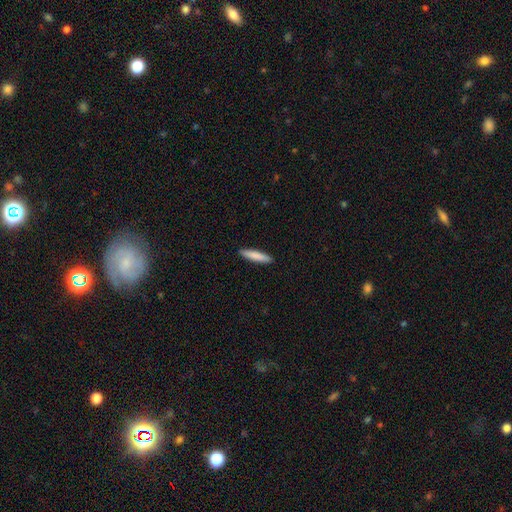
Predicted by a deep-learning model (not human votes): The model was most divided on "smooth or featured": smooth: 83%, featured or disk: 11%, star or artifact: 5%. More confident: merging — none (92%); how rounded — cigar-shaped (89%).